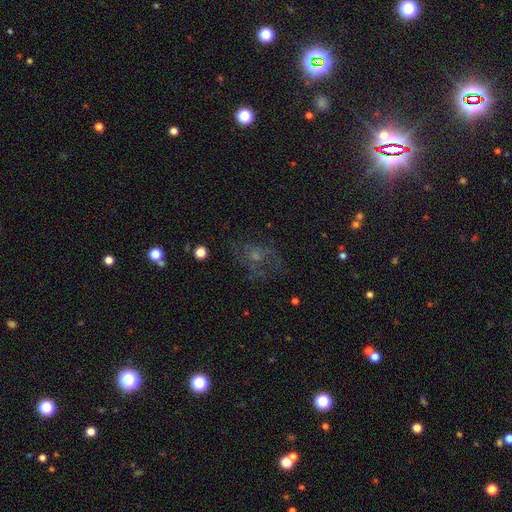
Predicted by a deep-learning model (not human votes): featured or disk 51%, smooth 29%, star or artifact 20%. Down the decision tree: edge-on disk — no (96%); merging — none (56%).